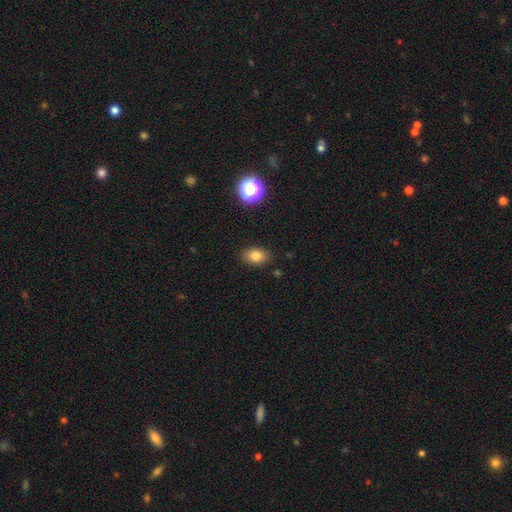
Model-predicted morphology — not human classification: The model was most divided on "how rounded": in between: 79%, round: 20%, cigar-shaped: 1%. More confident: merging — none (86%); smooth or featured — smooth (81%).